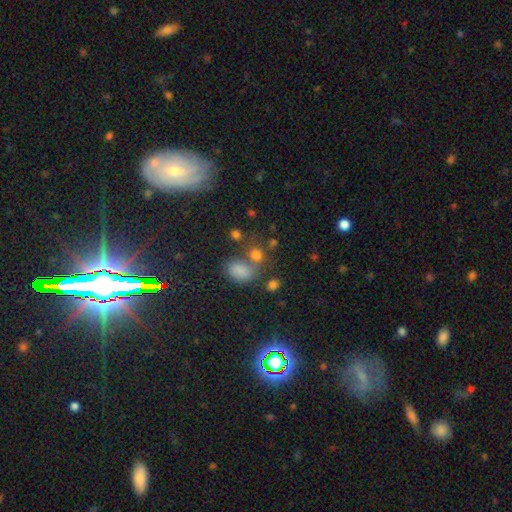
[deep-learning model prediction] This appears to be a smooth galaxy with no disk features (58%) that is in between round and cigar-shaped (60%). Merging: none (57%).